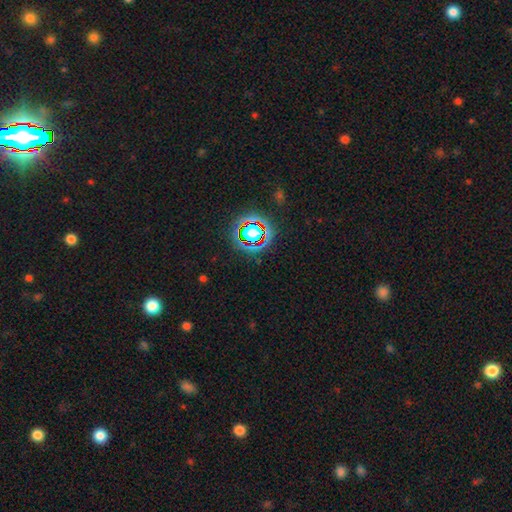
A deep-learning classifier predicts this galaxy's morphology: Smooth or featured? Predicted: star or artifact (p=0.79).